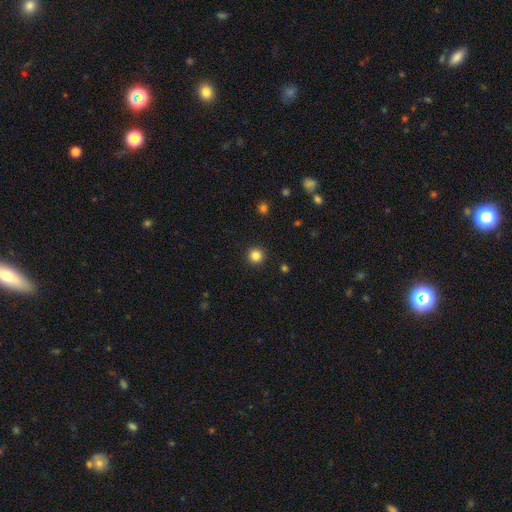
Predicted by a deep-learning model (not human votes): smooth 85%, star or artifact 11%, featured or disk 4%. Down the decision tree: how rounded — round (95%); merging — none (93%).